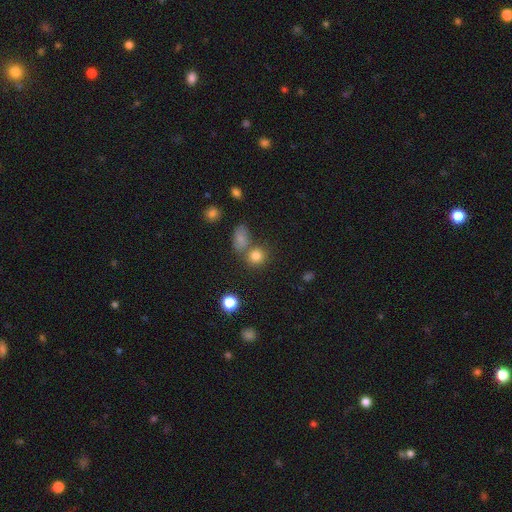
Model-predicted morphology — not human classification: smooth-or-featured: smooth: 79% | star or artifact: 14% | featured or disk: 7%
  how-rounded: round: 82% | in between: 16% | cigar-shaped: 1%
  merging: none: 62% | merger: 24% | minor disturbance: 9% | major disturbance: 4%